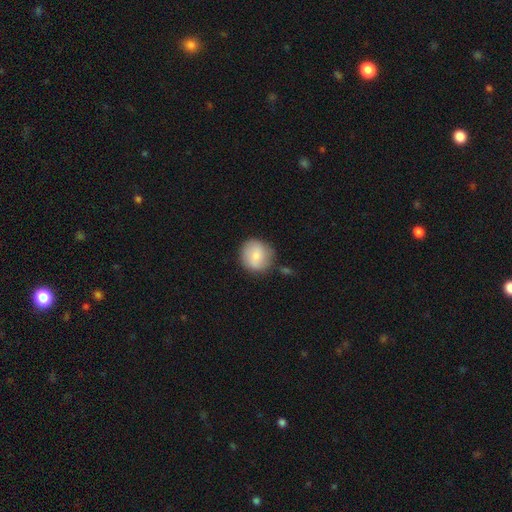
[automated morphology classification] A smooth galaxy with no disk features (76%) that is round (89%).

Vote fractions:
- Smooth or featured? smooth: 76% / featured or disk: 17% / star or artifact: 7%
- How rounded? round: 89% / in between: 10% / cigar-shaped: 1%
- Merging? none: 76% / minor disturbance: 15% / merger: 4% / major disturbance: 4%